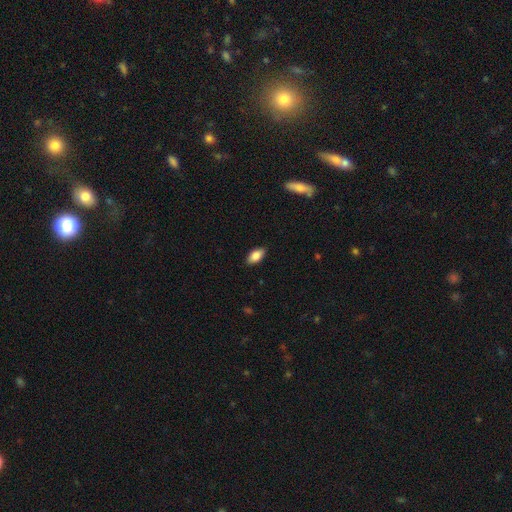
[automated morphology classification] A smooth galaxy with no disk features (85%) that is in between round and cigar-shaped (92%).

Vote fractions:
- Smooth or featured? smooth: 85% / featured or disk: 8% / star or artifact: 7%
- How rounded? in between: 92% / cigar-shaped: 4% / round: 4%
- Merging? none: 88% / minor disturbance: 10% / major disturbance: 2% / merger: 1%